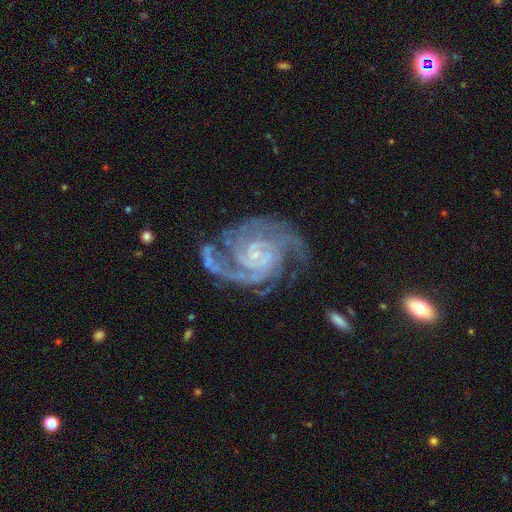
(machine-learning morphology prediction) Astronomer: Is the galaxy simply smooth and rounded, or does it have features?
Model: featured or disk — 92%.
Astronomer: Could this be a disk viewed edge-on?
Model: no — 98%.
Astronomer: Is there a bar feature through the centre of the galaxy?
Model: no — 55% (runner-up: weak, 33%).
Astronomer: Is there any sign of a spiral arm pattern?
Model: yes — 99%.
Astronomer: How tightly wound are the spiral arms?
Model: tight — 57% (runner-up: medium, 37%).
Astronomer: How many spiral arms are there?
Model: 2 — 32% (runner-up: 3, 29%).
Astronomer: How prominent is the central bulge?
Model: small — 77%.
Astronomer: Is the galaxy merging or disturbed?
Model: none — 65%.